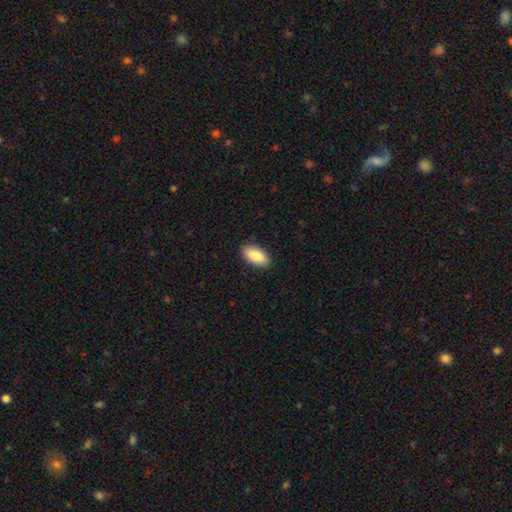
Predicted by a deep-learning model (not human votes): smooth-or-featured: smooth: 86% | featured or disk: 8% | star or artifact: 6%
  how-rounded: in between: 93% | cigar-shaped: 5% | round: 2%
  merging: none: 89% | minor disturbance: 8% | major disturbance: 2% | merger: 1%